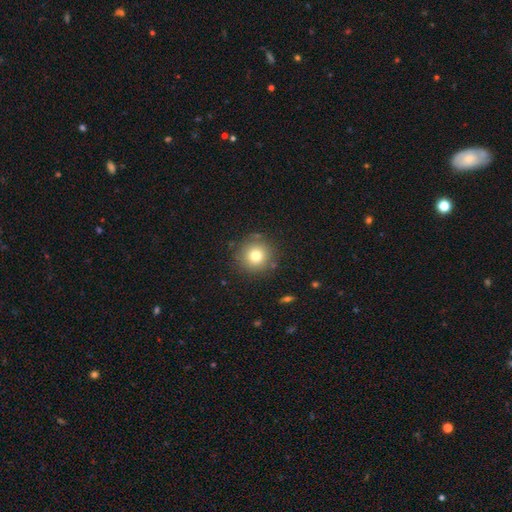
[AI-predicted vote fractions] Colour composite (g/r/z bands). It shows a smooth galaxy with no disk features (76%) that is round (95%). Merging: none (86%).